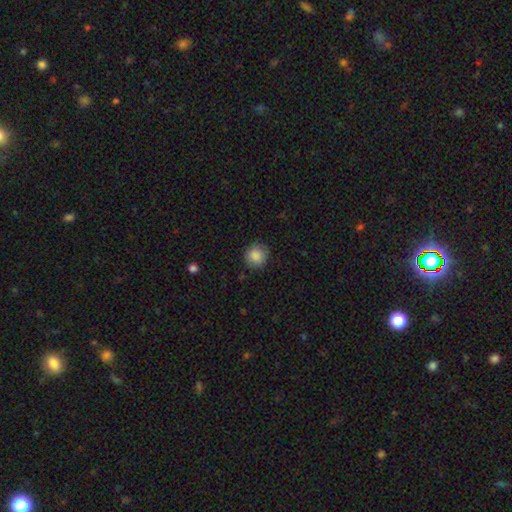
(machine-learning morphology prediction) Smooth or featured?
  - smooth: 87% *
  - star or artifact: 8%
  - featured or disk: 4%
How rounded?
  - round: 89% *
  - in between: 10%
  - cigar-shaped: 1%
Merging?
  - none: 86% *
  - minor disturbance: 10%
  - major disturbance: 3%
  - merger: 1%